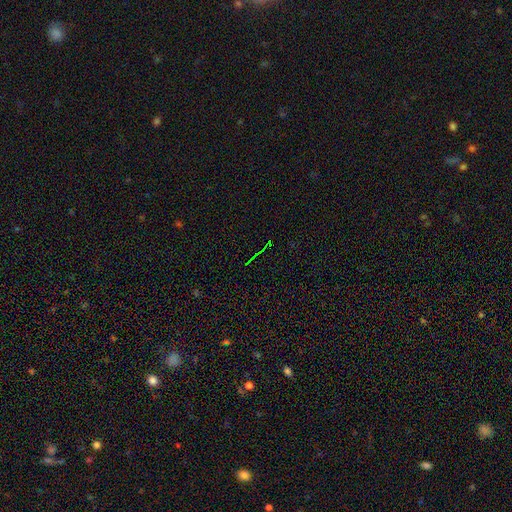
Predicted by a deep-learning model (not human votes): star or artifact 76%, featured or disk 12%, smooth 11%.